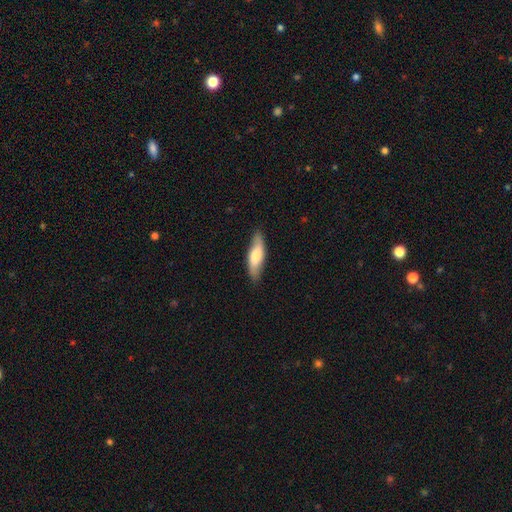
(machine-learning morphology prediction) Smooth or featured?
  - smooth: 68% *
  - featured or disk: 27%
  - star or artifact: 6%
How rounded?
  - cigar-shaped: 51% *
  - in between: 47%
  - round: 2%
Merging?
  - none: 83% *
  - minor disturbance: 13%
  - major disturbance: 2%
  - merger: 1%